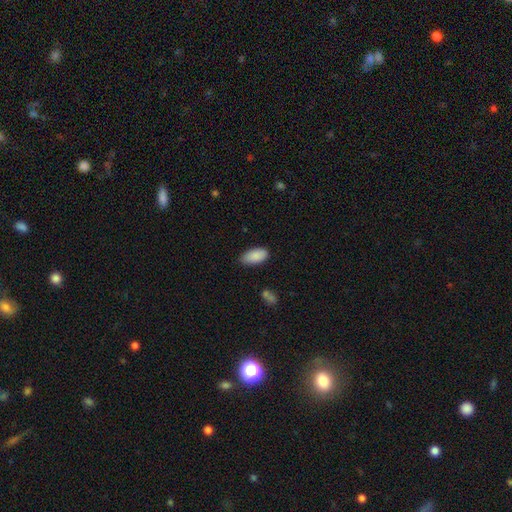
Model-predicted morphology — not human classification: This appears to be a smooth galaxy with no disk features (89%) that is in between round and cigar-shaped (93%). Merging: none (80%).